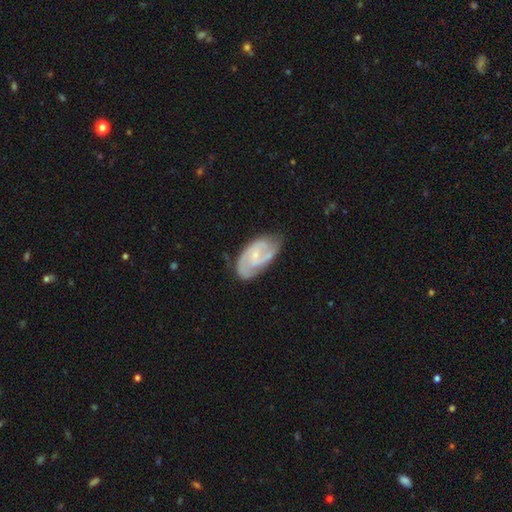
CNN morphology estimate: smooth-or-featured: featured or disk: 77% | smooth: 17% | star or artifact: 6%
  disk-edge-on: no: 96% | yes: 4%
    bar: no: 49% | weak: 42% | strong: 9%
    has-spiral-arms: yes: 93% | no: 7%
      spiral-winding: medium: 46% | tight: 39% | loose: 15%
      spiral-arm-count: 2: 64% | can't tell: 16% | 3: 12% | 1: 4% | 4: 2% | more than 4: 2%
    bulge-size: small: 74% | moderate: 17% | none: 6% | large: 1% | dominant: 1%
  merging: none: 67% | minor disturbance: 24% | major disturbance: 7% | merger: 2%